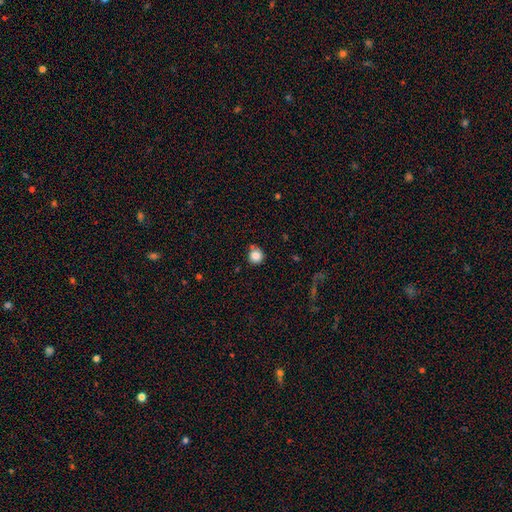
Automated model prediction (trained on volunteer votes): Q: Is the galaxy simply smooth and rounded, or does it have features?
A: smooth — 85%.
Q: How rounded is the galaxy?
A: round — 93%.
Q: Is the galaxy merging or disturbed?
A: none — 78%.